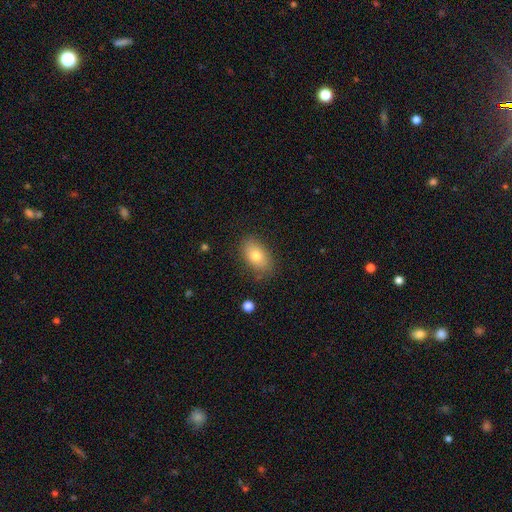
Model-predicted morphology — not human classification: Smooth or featured?
  - smooth: 77% *
  - featured or disk: 15%
  - star or artifact: 8%
How rounded?
  - in between: 90% *
  - round: 8%
  - cigar-shaped: 2%
Merging?
  - none: 80% *
  - minor disturbance: 15%
  - major disturbance: 4%
  - merger: 2%